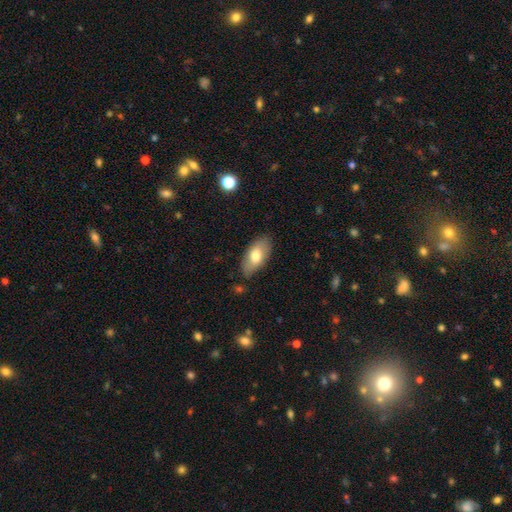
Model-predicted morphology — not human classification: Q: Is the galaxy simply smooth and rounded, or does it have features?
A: smooth — 72%.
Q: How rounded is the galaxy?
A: in between — 92%.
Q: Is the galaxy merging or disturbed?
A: none — 79%.